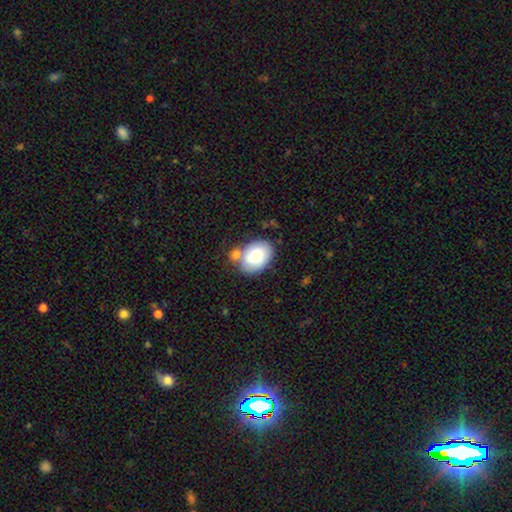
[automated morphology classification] Overall: smooth (76%). How rounded: in between (79%). Merging: none (53%; merger 22%).